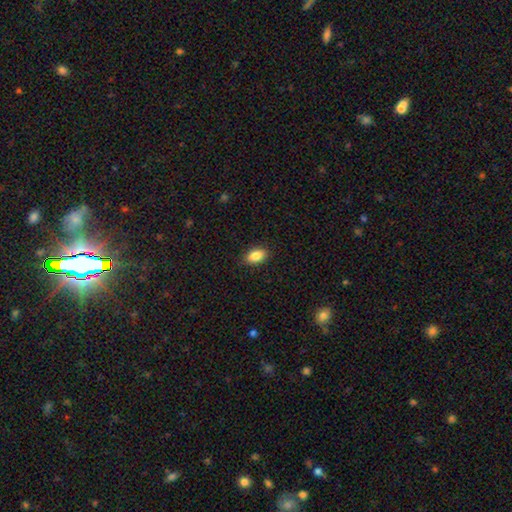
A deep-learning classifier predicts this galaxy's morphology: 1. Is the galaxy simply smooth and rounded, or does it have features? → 86% smooth, 8% star or artifact, 6% featured or disk.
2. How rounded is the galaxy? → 90% in between, 8% round, 3% cigar-shaped.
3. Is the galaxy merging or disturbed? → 88% none, 9% minor disturbance, 2% major disturbance, 1% merger.